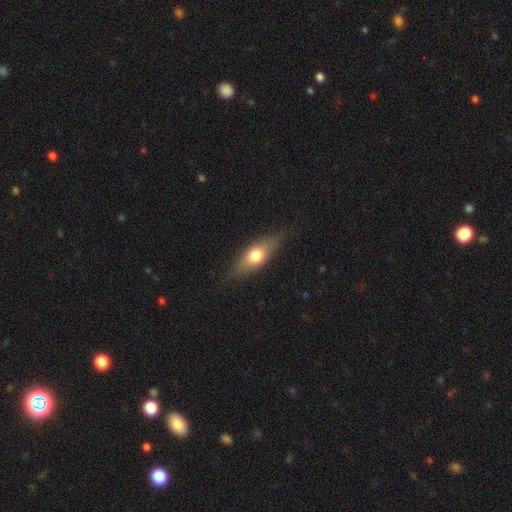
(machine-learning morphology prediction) Smooth or featured: smooth — 64% (featured or disk — 29%)
How rounded: in between — 66% (cigar-shaped — 29%)
Merging: none — 80% (minor disturbance — 15%)